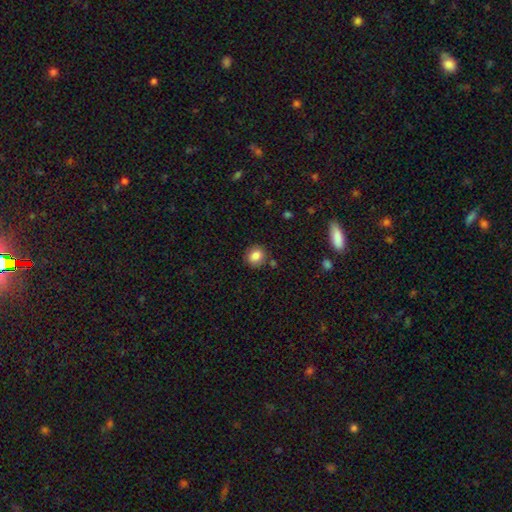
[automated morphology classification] smooth 84%, star or artifact 10%, featured or disk 6%. Down the decision tree: how rounded — round (81%); merging — none (83%).